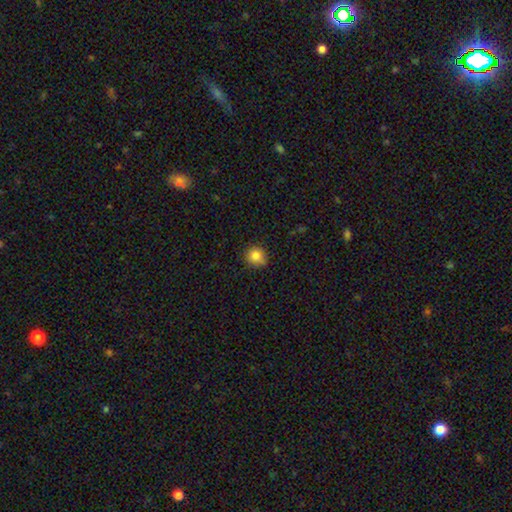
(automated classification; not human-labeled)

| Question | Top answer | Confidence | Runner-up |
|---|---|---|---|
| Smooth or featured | smooth | 84% | star or artifact (11%) |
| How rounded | round | 90% | in between (9%) |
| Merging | none | 82% | minor disturbance (14%) |